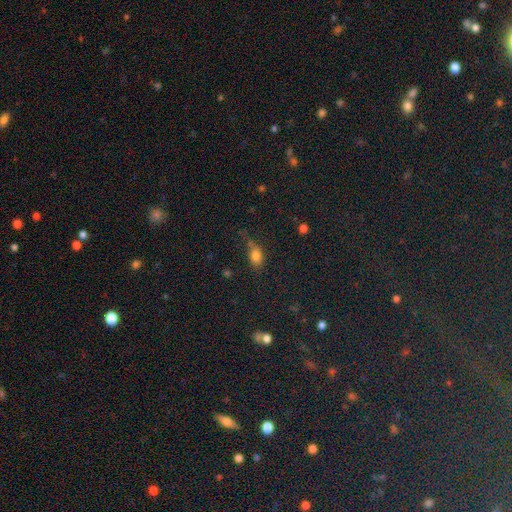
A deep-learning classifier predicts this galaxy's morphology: Smooth or featured: smooth — 78% (star or artifact — 14%)
How rounded: in between — 76% (round — 19%)
Merging: none — 54% (minor disturbance — 27%)